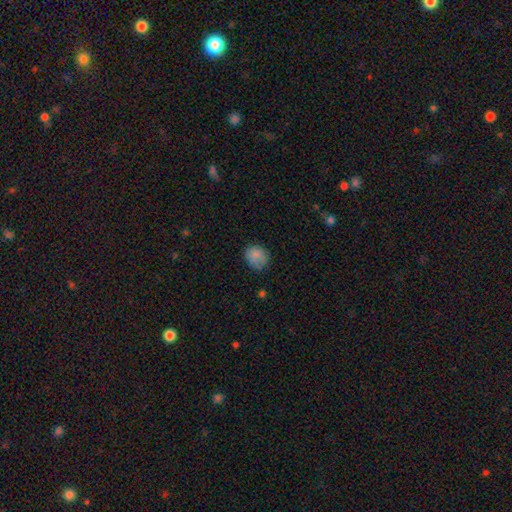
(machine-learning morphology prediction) This is clearly a smooth galaxy (83%). How rounded: likely round (66%). Merging: likely none (68%).